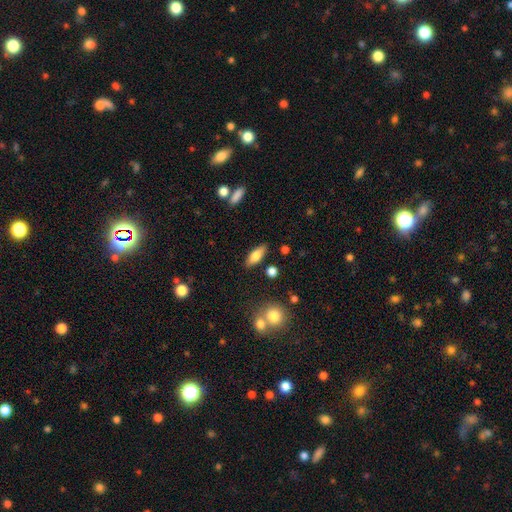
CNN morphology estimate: This is likely a smooth galaxy (74%). How rounded: likely in between (72%). Merging: clearly none (83%).